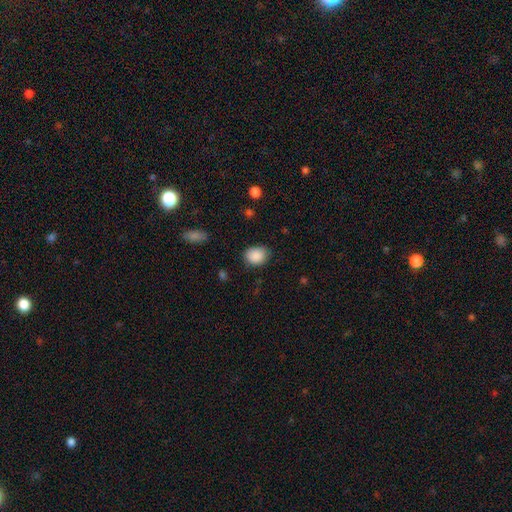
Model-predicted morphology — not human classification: Smooth or featured: smooth — 89% (star or artifact — 8%)
How rounded: in between — 57% (round — 42%)
Merging: none — 76% (minor disturbance — 18%)